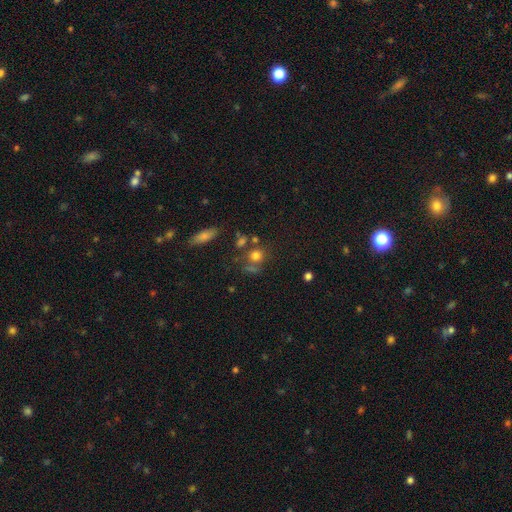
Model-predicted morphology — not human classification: smooth-or-featured: smooth: 73% | star or artifact: 15% | featured or disk: 12%
  how-rounded: round: 80% | in between: 19% | cigar-shaped: 2%
  merging: none: 56% | merger: 22% | minor disturbance: 14% | major disturbance: 8%